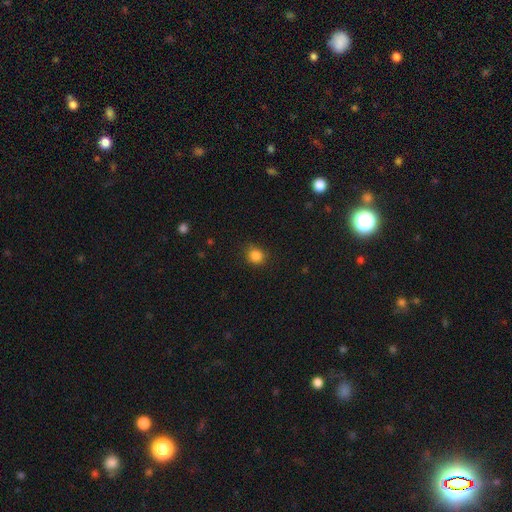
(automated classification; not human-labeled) A smooth galaxy with no disk features (85%) that is round (86%).

Vote fractions:
- Smooth or featured? smooth: 85% / star or artifact: 12% / featured or disk: 3%
- How rounded? round: 86% / in between: 13% / cigar-shaped: 1%
- Merging? none: 84% / minor disturbance: 12% / major disturbance: 3% / merger: 1%